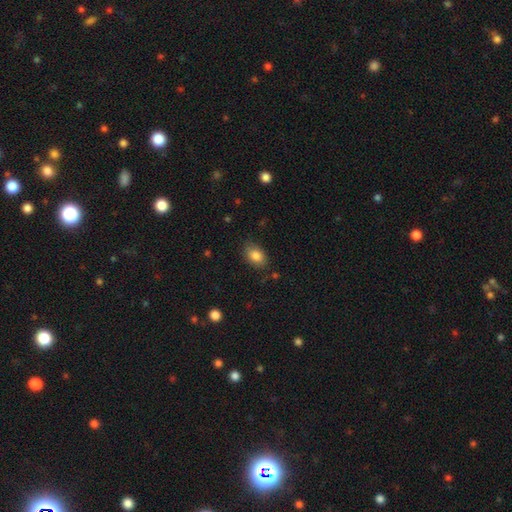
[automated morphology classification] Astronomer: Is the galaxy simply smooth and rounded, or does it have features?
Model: smooth — 85%.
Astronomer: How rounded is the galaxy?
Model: in between — 82%.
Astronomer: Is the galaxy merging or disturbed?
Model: none — 80%.